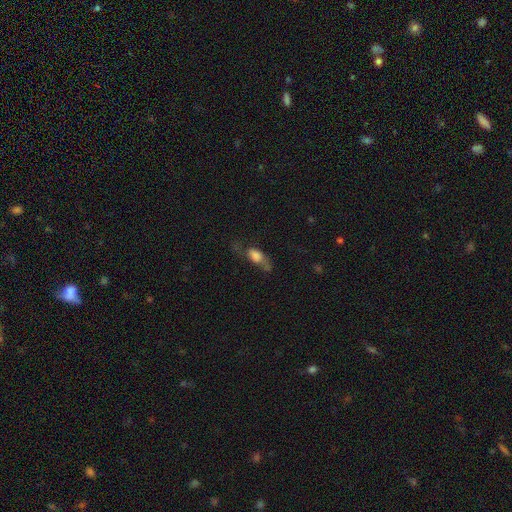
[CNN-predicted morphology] smooth_or_featured: smooth (p=0.60) [alt: featured or disk p=0.29]
how_rounded: in between (p=0.75) [alt: cigar-shaped p=0.15]
merging: none (p=0.38) [alt: major disturbance p=0.31]